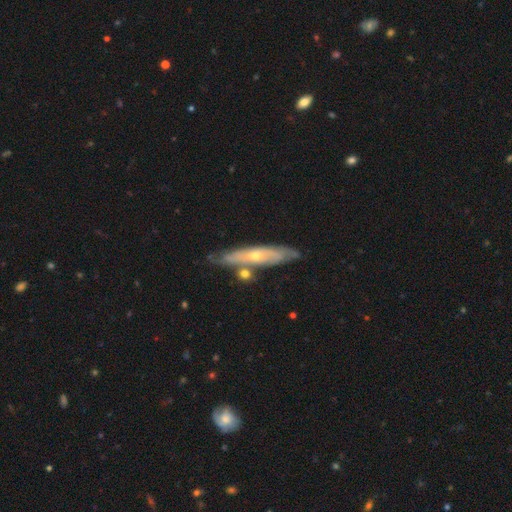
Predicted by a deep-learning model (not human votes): Smooth or featured?
  - featured or disk: 66% *
  - smooth: 28%
  - star or artifact: 6%
Edge-on disk?
  - yes: 58% *
  - no: 42%
Merging?
  - none: 73% *
  - minor disturbance: 16%
  - merger: 8%
  - major disturbance: 3%